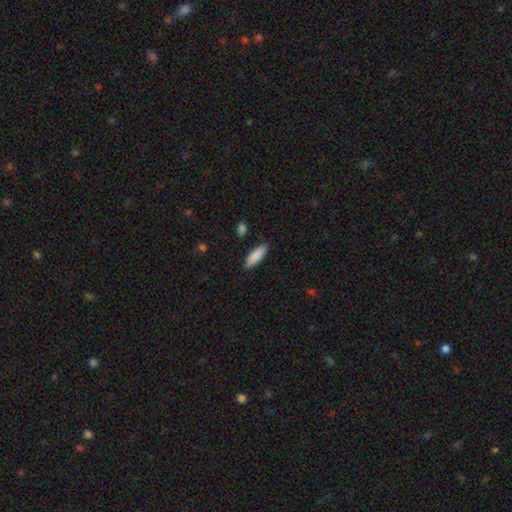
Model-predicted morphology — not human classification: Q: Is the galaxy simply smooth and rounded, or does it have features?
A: smooth — 88%.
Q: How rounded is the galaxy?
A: in between — 53%.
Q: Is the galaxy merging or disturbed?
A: none — 87%.